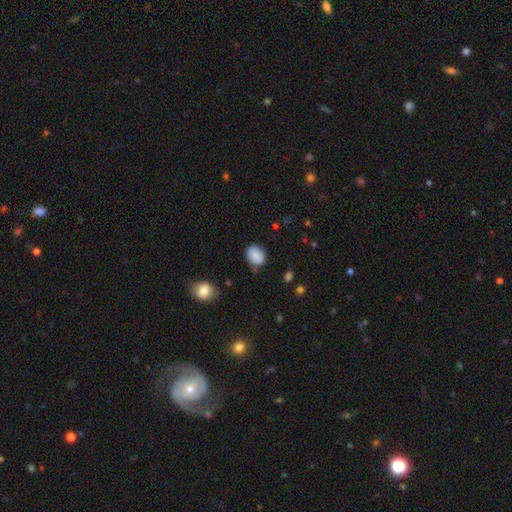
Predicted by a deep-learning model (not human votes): A smooth galaxy with no disk features (84%) that is in between round and cigar-shaped (55%). Merging: none (70%).